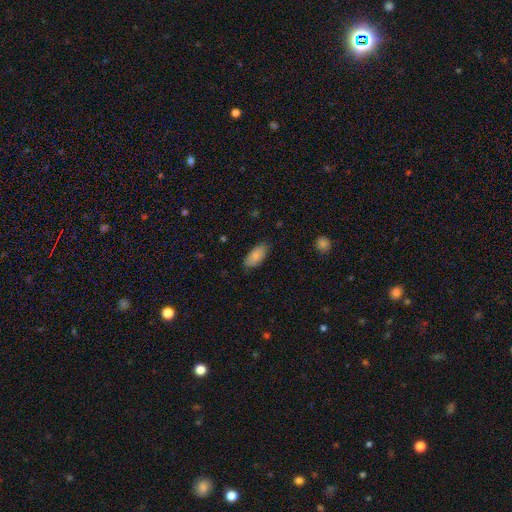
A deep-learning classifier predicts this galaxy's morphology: Smooth or featured? smooth (86%)
How rounded? in between (91%)
Merging? none (83%)